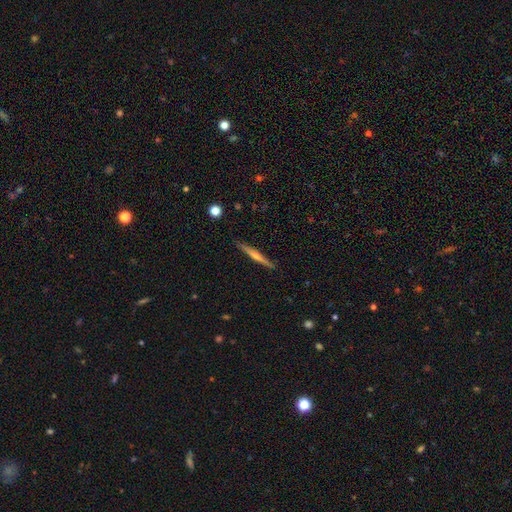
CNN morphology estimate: A featured or disk galaxy (67%) viewed edge-on (98%) with a rounded central bulge (75%).

Vote fractions:
- Smooth or featured? featured or disk: 67% / smooth: 27% / star or artifact: 6%
- Edge-on disk? yes: 98% / no: 2%
- Edge-on bulge? rounded: 75% / none: 20% / boxy: 5%
- Merging? none: 91% / minor disturbance: 7% / major disturbance: 1% / merger: 1%